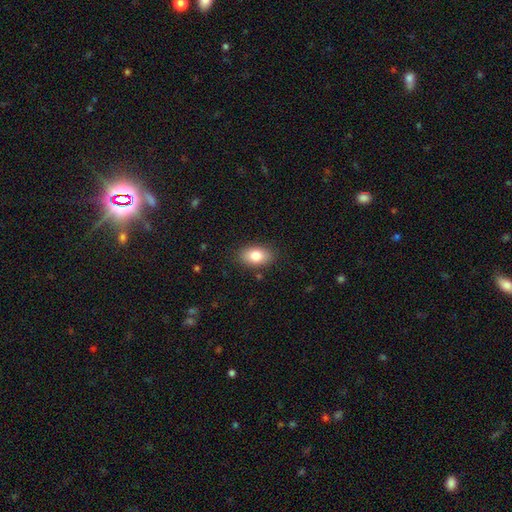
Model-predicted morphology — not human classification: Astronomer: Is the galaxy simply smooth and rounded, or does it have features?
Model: smooth — 81%.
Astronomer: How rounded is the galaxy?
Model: in between — 89%.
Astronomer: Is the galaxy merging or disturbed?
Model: none — 86%.